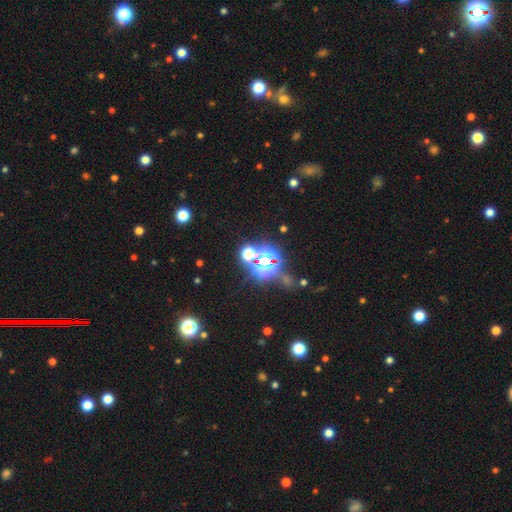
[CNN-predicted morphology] Smooth or featured?
  - star or artifact: 71% *
  - smooth: 19%
  - featured or disk: 10%